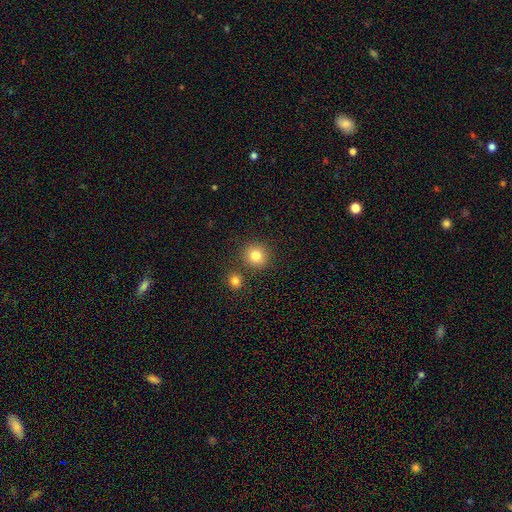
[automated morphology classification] The model was most divided on "smooth or featured": smooth: 82%, star or artifact: 11%, featured or disk: 7%. More confident: how rounded — round (90%); merging — none (83%).